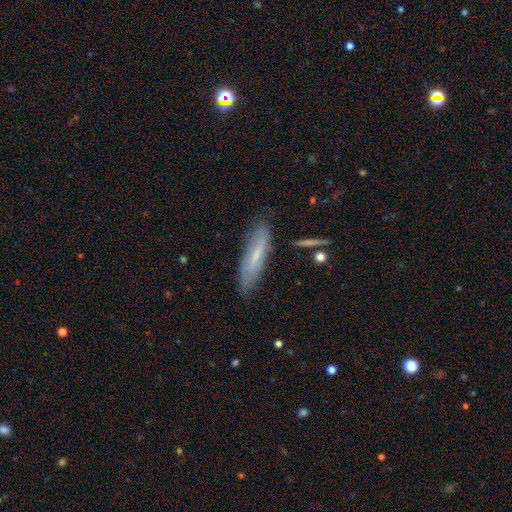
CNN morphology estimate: Smooth or featured: smooth — 52% (featured or disk — 40%)
How rounded: cigar-shaped — 68% (in between — 30%)
Merging: none — 76% (minor disturbance — 17%)